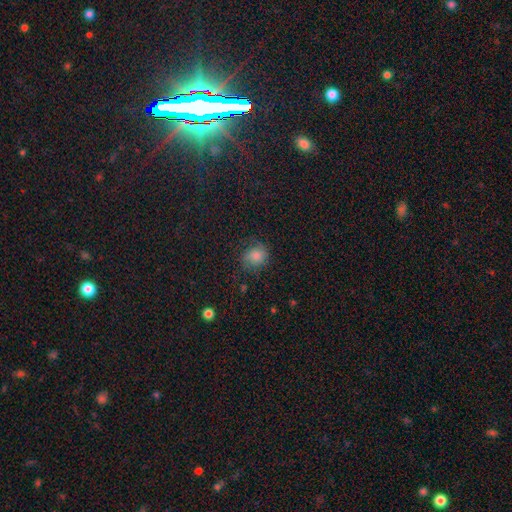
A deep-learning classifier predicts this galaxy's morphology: This is likely a smooth galaxy (62%). How rounded: likely round (71%). Merging: likely none (66%).